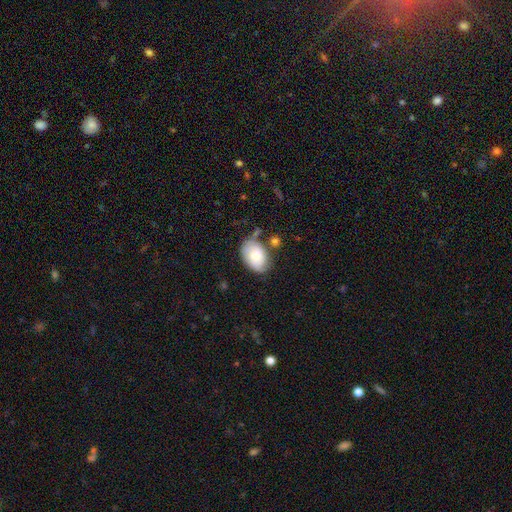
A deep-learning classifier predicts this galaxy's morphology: Smooth or featured: smooth — 62% (featured or disk — 31%)
How rounded: in between — 85% (round — 14%)
Merging: none — 58% (minor disturbance — 27%)